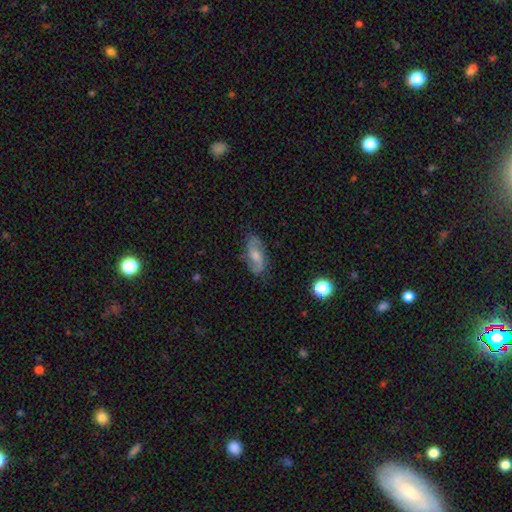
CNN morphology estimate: A featured or disk galaxy (64%) with no bar (46%), 2 (87%) loose (44%) spiral arms (90%) and a moderate central bulge (55%). Merging: none (76%).